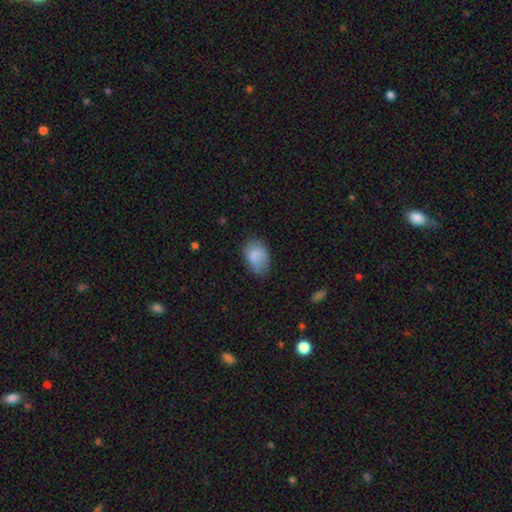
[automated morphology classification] A smooth galaxy with no disk features (82%) that is in between round and cigar-shaped (84%). Merging: none (55%).